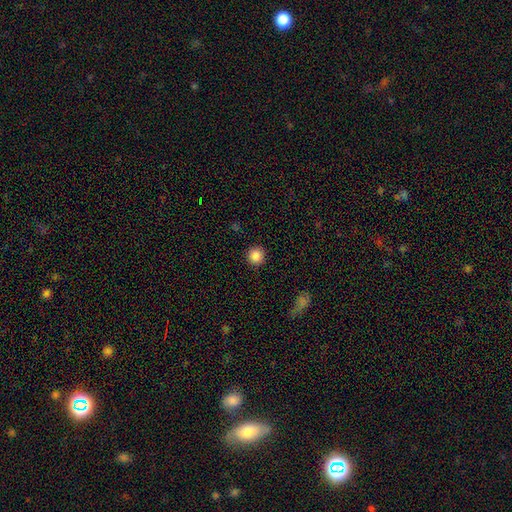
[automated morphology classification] type=smooth (86%); roundness=round (95%); merging=none (91%).